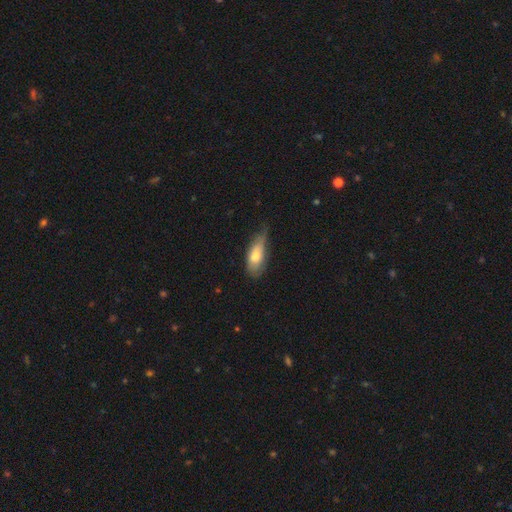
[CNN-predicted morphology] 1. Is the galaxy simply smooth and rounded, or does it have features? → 71% smooth, 23% featured or disk, 7% star or artifact.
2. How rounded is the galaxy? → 78% in between, 20% cigar-shaped, 3% round.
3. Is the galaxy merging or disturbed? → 44% minor disturbance, 39% none, 15% major disturbance, 2% merger.